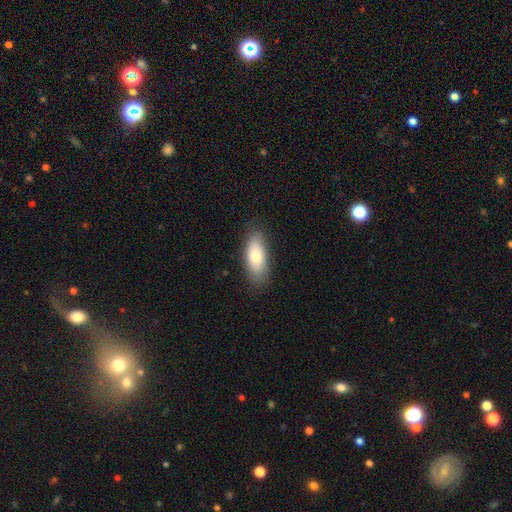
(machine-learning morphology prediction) The model was most divided on "smooth or featured": smooth: 77%, featured or disk: 17%, star or artifact: 6%. More confident: merging — none (83%); how rounded — in between (82%).